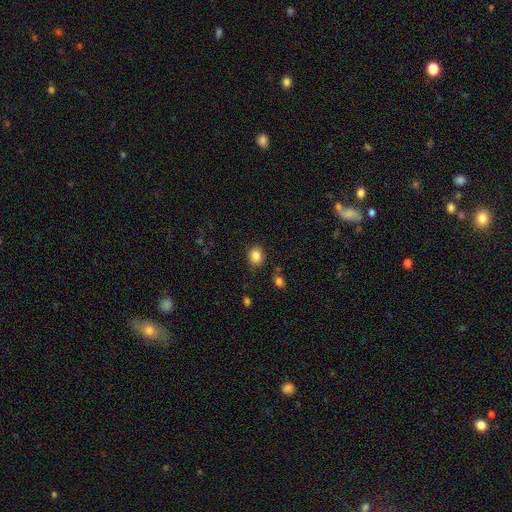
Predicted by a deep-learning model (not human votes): A smooth galaxy with no disk features (85%) that is round (55%). Merging: none (81%).